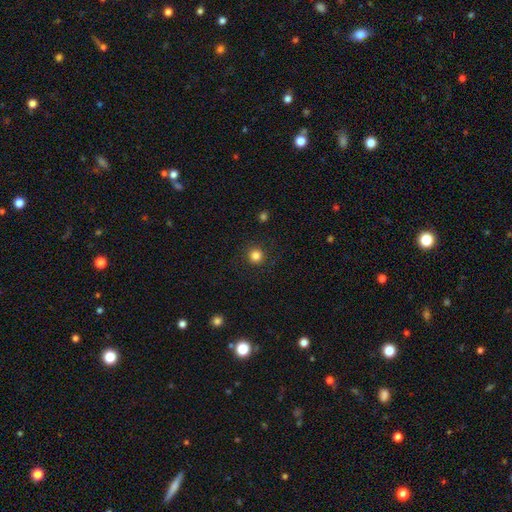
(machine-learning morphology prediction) A smooth galaxy with no disk features (84%) that is round (95%). Merging: none (91%).